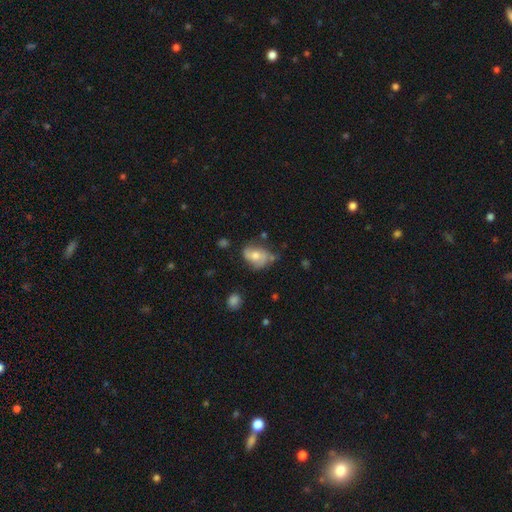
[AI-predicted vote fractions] Smooth or featured?
  - smooth: 49% *
  - featured or disk: 43%
  - star or artifact: 8%
Merging?
  - none: 48% *
  - minor disturbance: 32%
  - major disturbance: 14%
  - merger: 5%